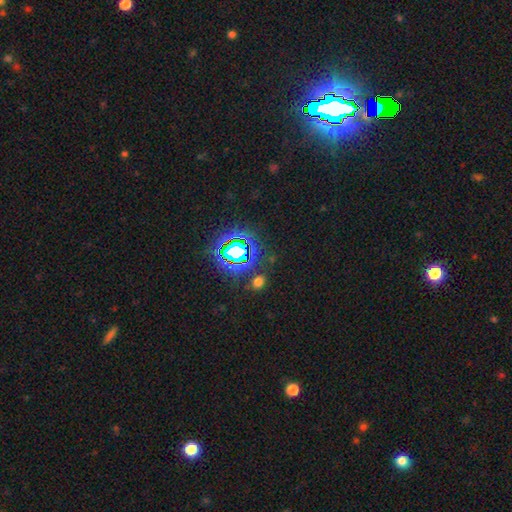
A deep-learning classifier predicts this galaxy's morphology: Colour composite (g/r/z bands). It shows a star or artifact, not a galaxy (83%).